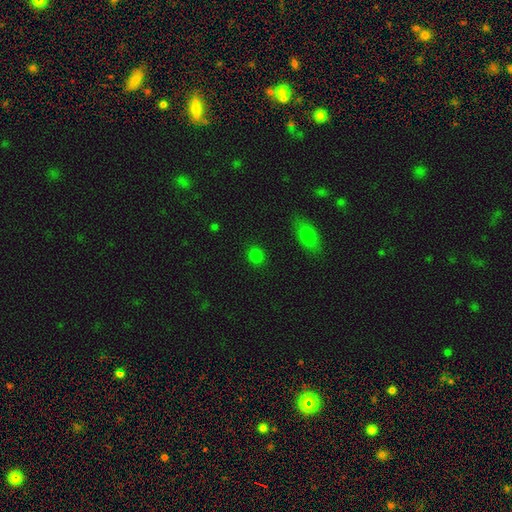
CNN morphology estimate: Q: Smooth or featured?
A: smooth (81%); runner-up: star or artifact (15%)
Q: How rounded?
A: round (79%); runner-up: in between (19%)
Q: Merging?
A: none (88%); runner-up: minor disturbance (7%)